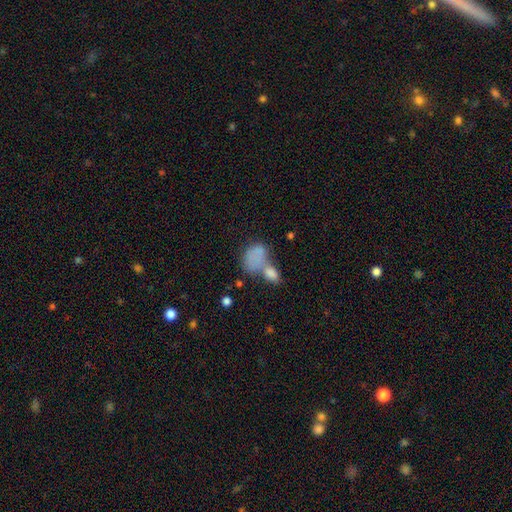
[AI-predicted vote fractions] smooth_or_featured: smooth (p=0.74) [alt: featured or disk p=0.16]
how_rounded: in between (p=0.84) [alt: round p=0.14]
merging: merger (p=0.55) [alt: none p=0.20]